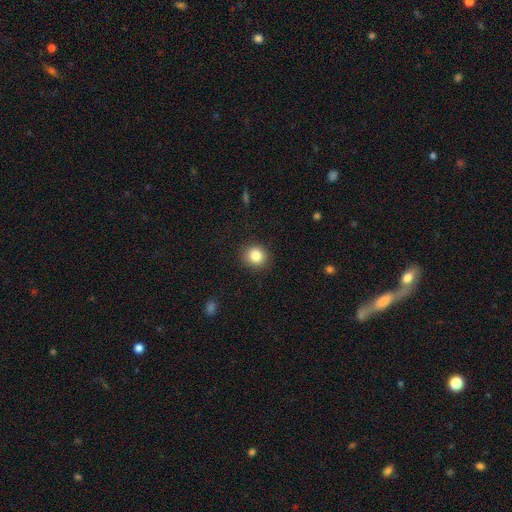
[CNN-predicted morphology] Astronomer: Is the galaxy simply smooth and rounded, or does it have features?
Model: smooth — 84%.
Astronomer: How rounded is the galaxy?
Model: round — 88%.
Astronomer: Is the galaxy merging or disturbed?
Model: none — 90%.